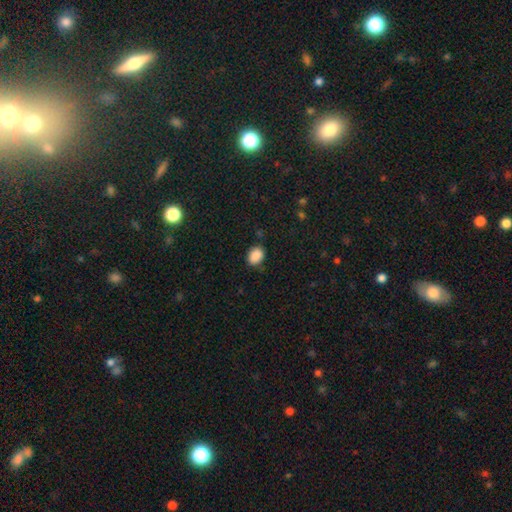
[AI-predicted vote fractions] The model was most divided on "how rounded": in between: 67%, round: 32%, cigar-shaped: 1%. More confident: smooth or featured — smooth (88%); merging — none (80%).